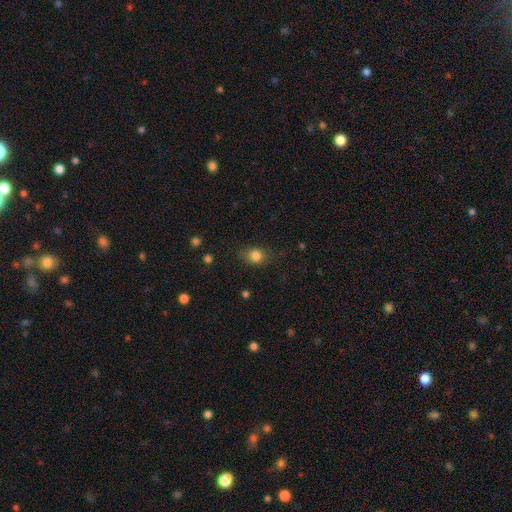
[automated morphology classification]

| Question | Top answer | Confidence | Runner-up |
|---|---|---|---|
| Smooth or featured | smooth | 81% | star or artifact (11%) |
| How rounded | round | 50% | in between (48%) |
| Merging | none | 74% | minor disturbance (19%) |